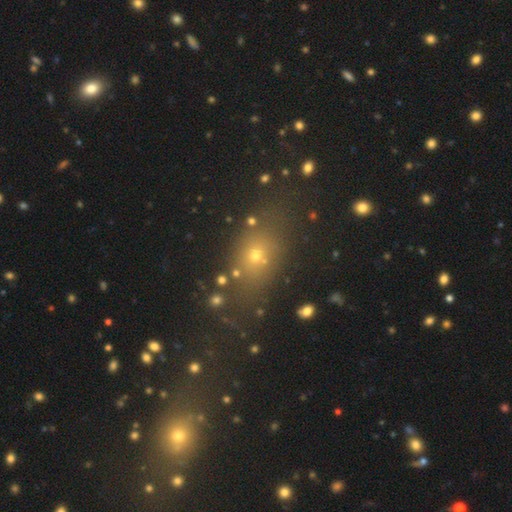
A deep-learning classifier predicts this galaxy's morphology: Smooth or featured?
  - smooth: 57% *
  - star or artifact: 28%
  - featured or disk: 15%
How rounded?
  - in between: 58% *
  - round: 38%
  - cigar-shaped: 4%
Merging?
  - none: 72% *
  - minor disturbance: 13%
  - merger: 7%
  - major disturbance: 7%